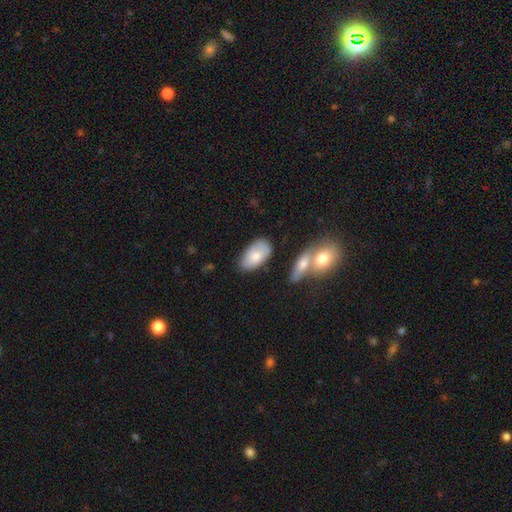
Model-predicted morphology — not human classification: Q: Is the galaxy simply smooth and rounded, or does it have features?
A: smooth — 74%.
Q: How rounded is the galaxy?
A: in between — 94%.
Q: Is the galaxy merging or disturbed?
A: none — 65%.